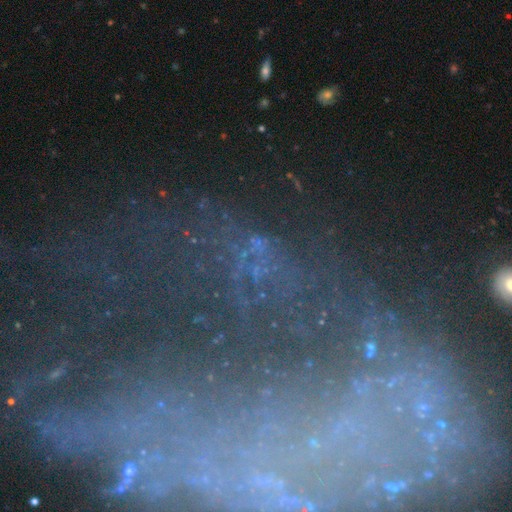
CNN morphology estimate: A star or artifact, not a galaxy (51%).